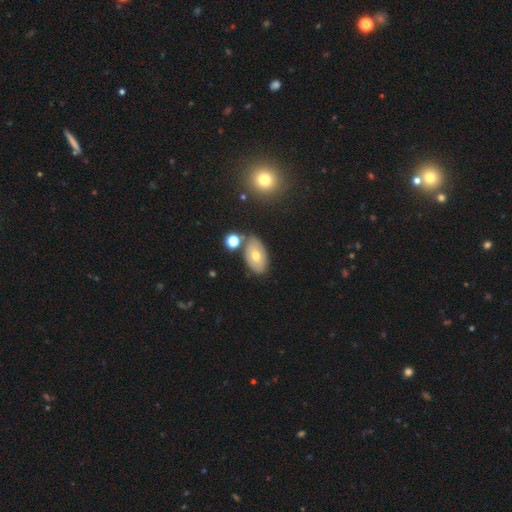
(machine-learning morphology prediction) This appears to be a smooth galaxy with no disk features (58%) that is in between round and cigar-shaped (90%). Merging: none (70%).